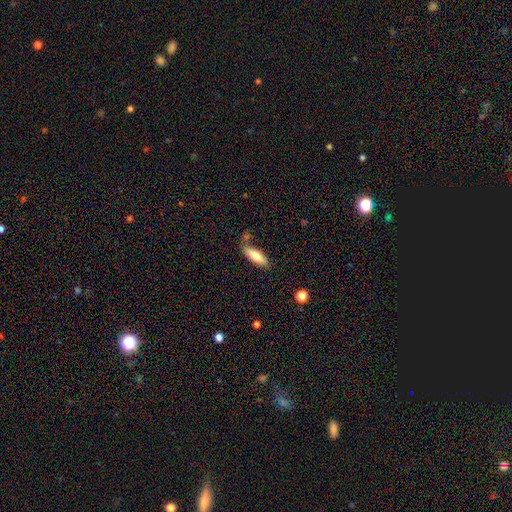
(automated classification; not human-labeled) smooth_or_featured: smooth (p=0.67) [alt: featured or disk p=0.27]
how_rounded: in between (p=0.55) [alt: cigar-shaped p=0.43]
merging: none (p=0.68) [alt: minor disturbance p=0.19]